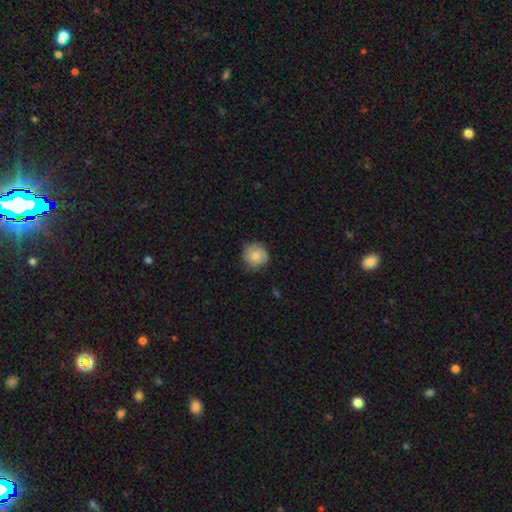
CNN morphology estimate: Overall: smooth (70%). How rounded: round (92%). Merging: none (76%).